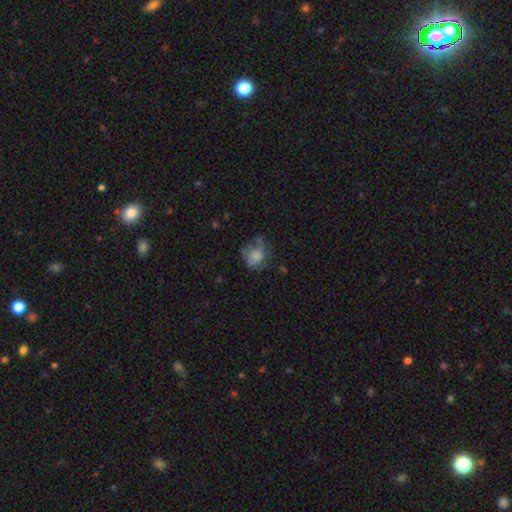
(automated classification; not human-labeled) Q: Smooth or featured?
A: smooth (56%); runner-up: featured or disk (34%)
Q: How rounded?
A: round (61%); runner-up: in between (38%)
Q: Merging?
A: none (41%); runner-up: minor disturbance (29%)